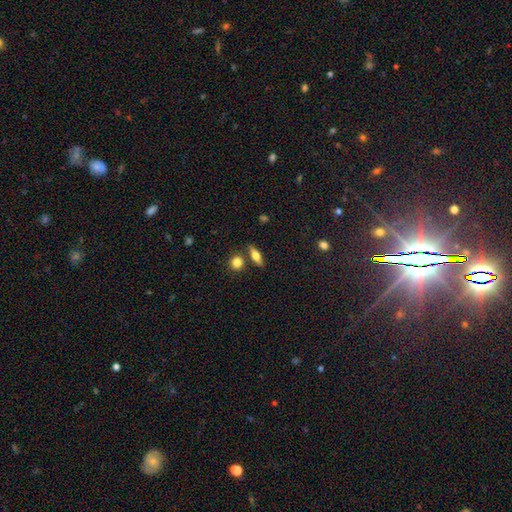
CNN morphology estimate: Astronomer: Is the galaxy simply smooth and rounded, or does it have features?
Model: smooth — 62%.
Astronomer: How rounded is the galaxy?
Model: in between — 55% (runner-up: cigar-shaped, 36%).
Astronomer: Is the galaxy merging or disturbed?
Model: none — 78%.